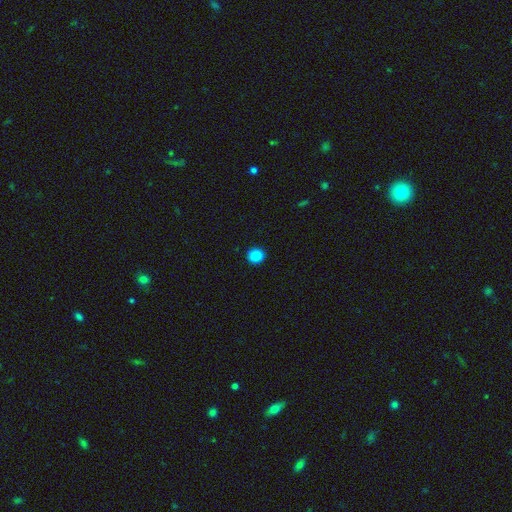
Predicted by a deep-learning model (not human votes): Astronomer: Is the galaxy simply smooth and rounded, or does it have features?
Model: smooth — 87%.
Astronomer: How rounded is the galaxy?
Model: round — 87%.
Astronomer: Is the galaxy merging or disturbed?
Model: none — 92%.